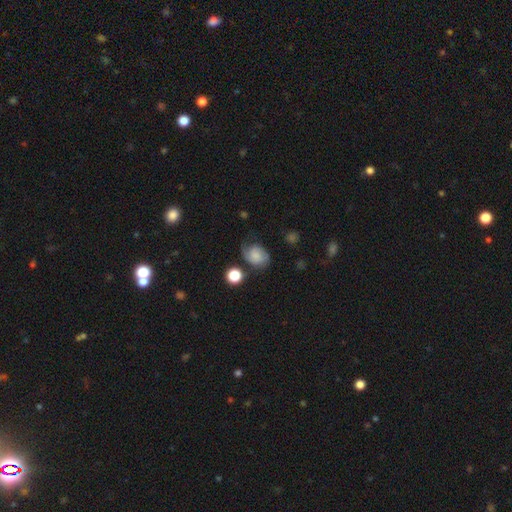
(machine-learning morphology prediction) Overall: featured or disk (45%; smooth 44%). Merging: none (53%; minor disturbance 27%).